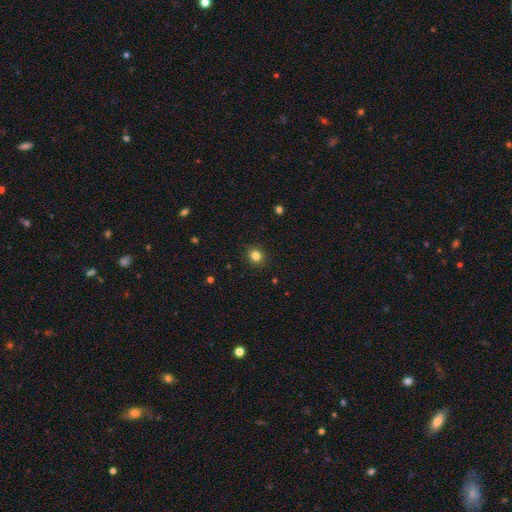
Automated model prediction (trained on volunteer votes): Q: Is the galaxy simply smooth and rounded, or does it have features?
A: smooth — 82%.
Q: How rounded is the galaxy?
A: round — 84%.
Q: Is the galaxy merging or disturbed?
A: none — 90%.